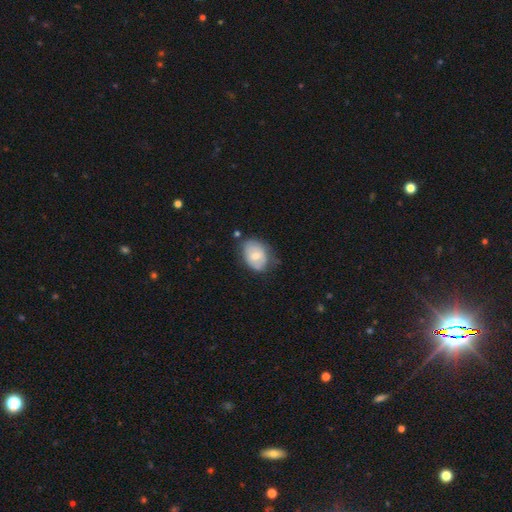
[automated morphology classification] Overall: smooth (61%; featured or disk 32%). How rounded: in between (72%). Merging: none (58%; minor disturbance 30%).